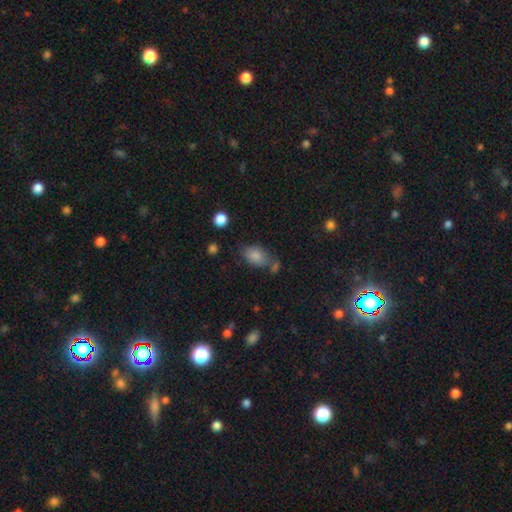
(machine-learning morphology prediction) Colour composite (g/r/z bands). It shows a smooth galaxy with no disk features (83%) that is in between round and cigar-shaped (86%). Merging: none (54%).